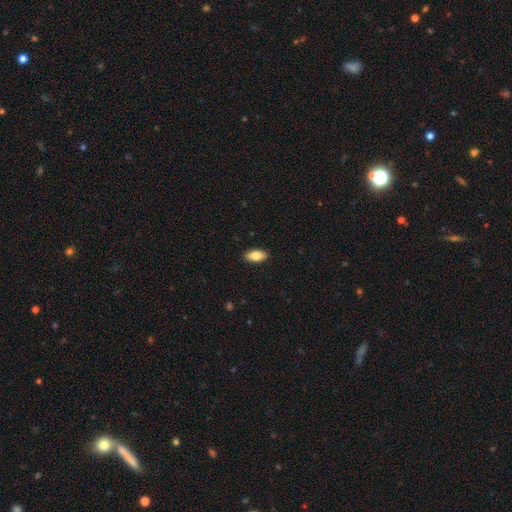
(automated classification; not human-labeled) This is clearly a smooth galaxy (81%). How rounded: clearly in between (88%). Merging: clearly none (90%).